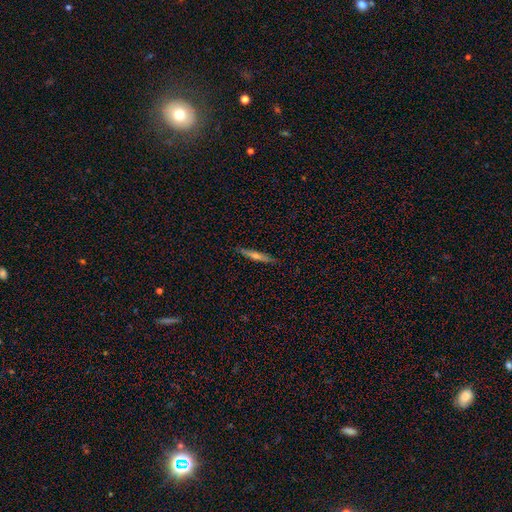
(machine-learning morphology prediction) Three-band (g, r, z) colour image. It shows a featured or disk galaxy (52%) viewed edge-on (96%). Merging: none (89%).